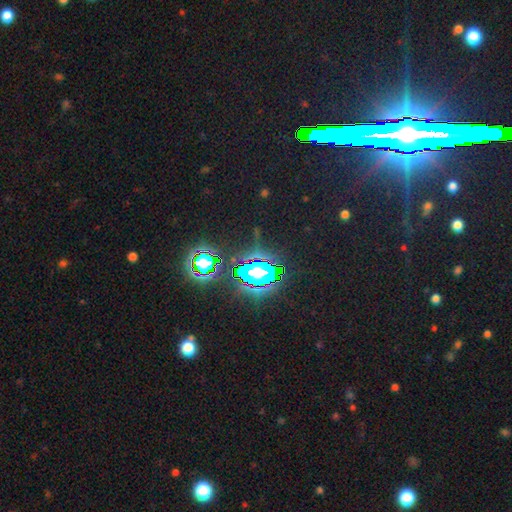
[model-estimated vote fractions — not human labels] A star or artifact, not a galaxy (84%).